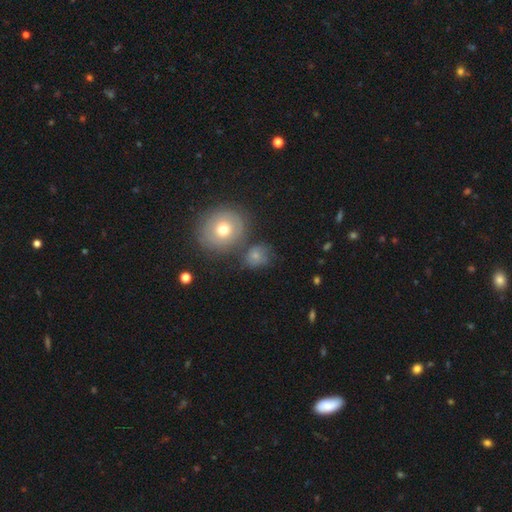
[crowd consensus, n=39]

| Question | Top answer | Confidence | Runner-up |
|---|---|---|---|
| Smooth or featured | smooth | 69% | featured or disk (26%) |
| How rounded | round | 70% | in between (30%) |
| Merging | none | 35% | merger (27%) |